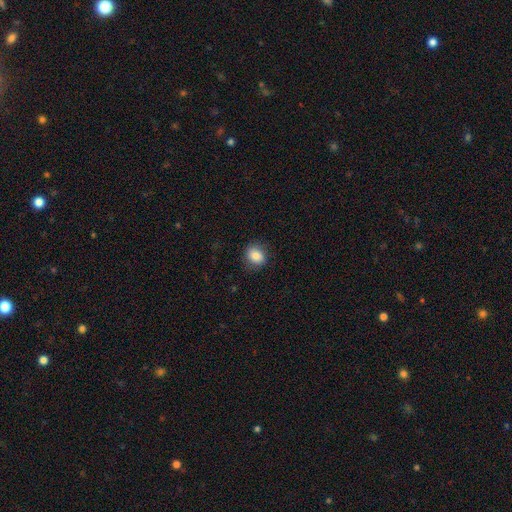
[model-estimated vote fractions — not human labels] A smooth galaxy with no disk features (82%) that is round (63%). Merging: none (83%).